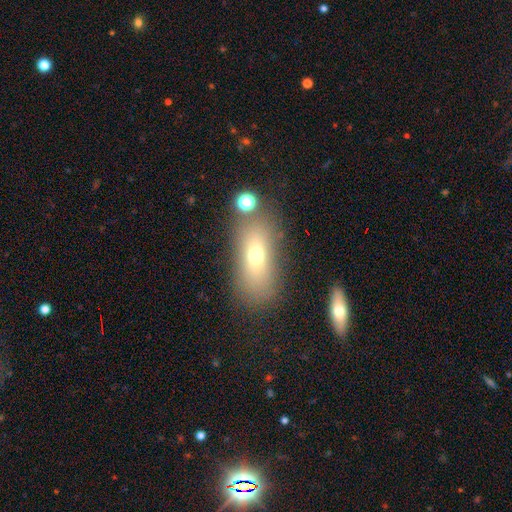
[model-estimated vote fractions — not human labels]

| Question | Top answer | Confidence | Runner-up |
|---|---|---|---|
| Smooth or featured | smooth | 65% | featured or disk (22%) |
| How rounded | in between | 77% | cigar-shaped (14%) |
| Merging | none | 70% | minor disturbance (14%) |